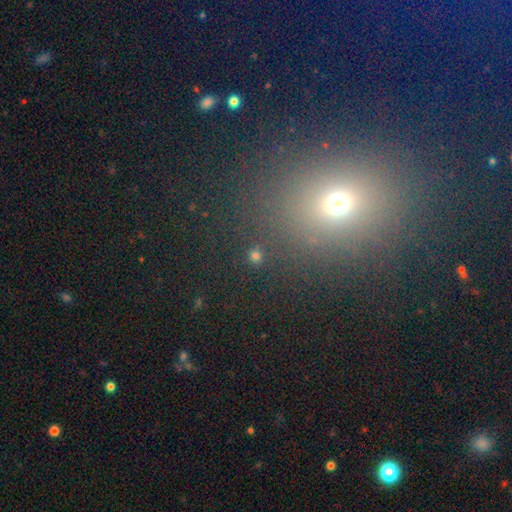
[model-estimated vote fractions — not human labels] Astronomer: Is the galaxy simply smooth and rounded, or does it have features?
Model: smooth — 51% (runner-up: star or artifact, 39%).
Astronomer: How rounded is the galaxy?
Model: round — 69%.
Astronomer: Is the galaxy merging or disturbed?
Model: none — 83%.